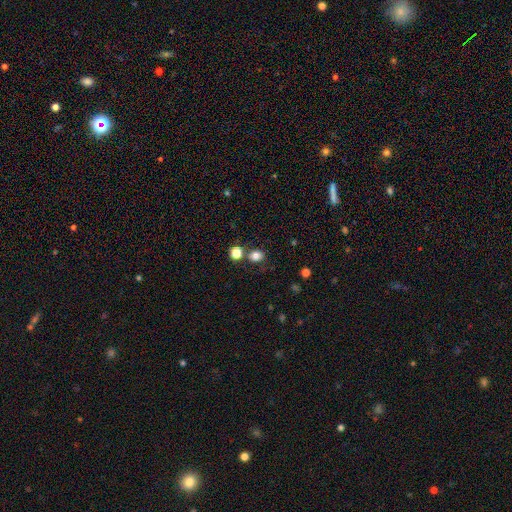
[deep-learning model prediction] This is likely a smooth galaxy (80%). How rounded: likely round (63%). Merging: likely none (71%).